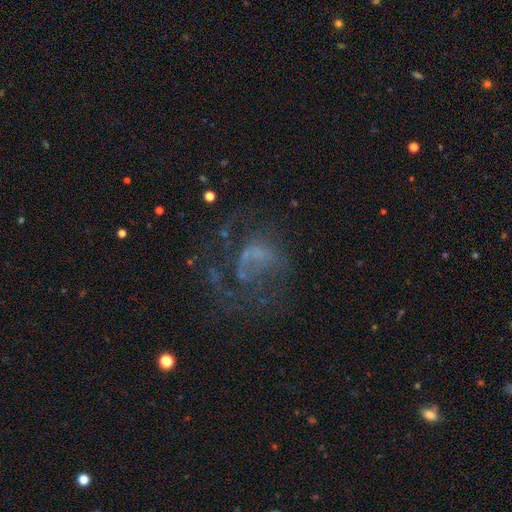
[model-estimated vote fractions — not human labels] Smooth or featured? featured or disk (56%)
Edge-on disk? no (98%)
Bar? no (82%)
Spiral arms? no (65%)
Bulge size? none (67%)
Merging? major disturbance (46%)